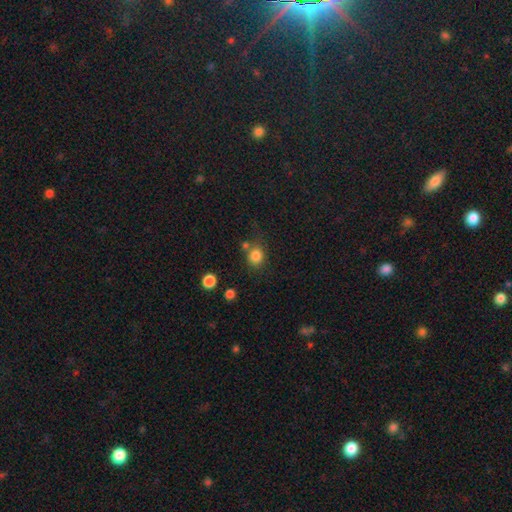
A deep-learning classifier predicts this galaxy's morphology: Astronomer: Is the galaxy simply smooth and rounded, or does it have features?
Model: smooth — 83%.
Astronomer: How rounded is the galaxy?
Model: round — 76%.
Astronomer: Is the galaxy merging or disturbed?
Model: none — 68%.